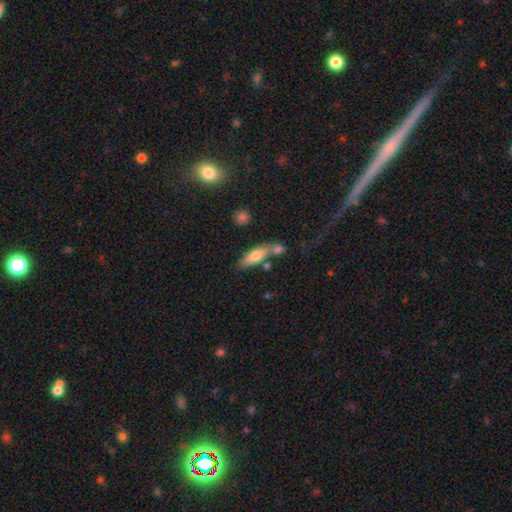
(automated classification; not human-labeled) This is likely a smooth galaxy (73%). How rounded: likely in between (60%). Merging: possibly none (48%).